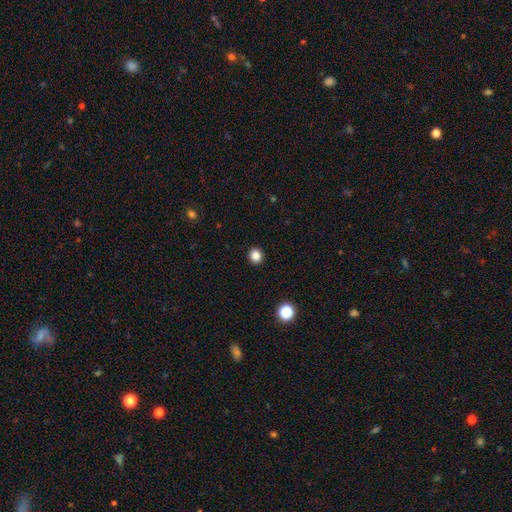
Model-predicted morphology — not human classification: Smooth or featured? smooth (85%)
How rounded? round (88%)
Merging? none (93%)